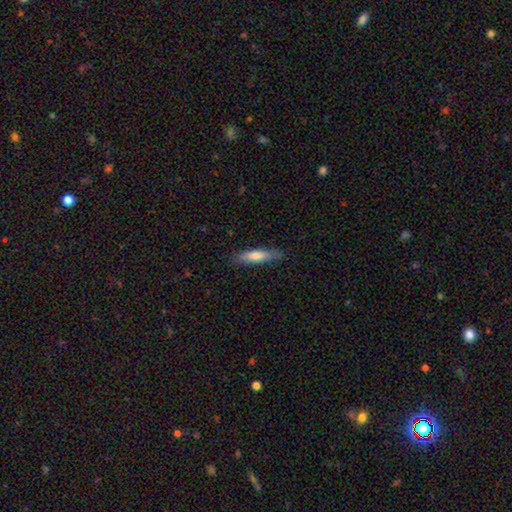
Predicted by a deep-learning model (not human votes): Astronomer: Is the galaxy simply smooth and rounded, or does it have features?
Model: smooth — 68%.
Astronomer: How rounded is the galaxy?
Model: cigar-shaped — 81%.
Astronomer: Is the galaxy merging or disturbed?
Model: none — 84%.